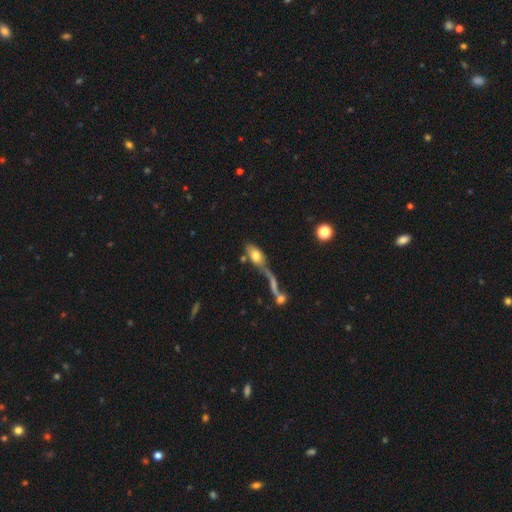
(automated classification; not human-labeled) The model was most divided on "merging": merger: 44%, none: 29%, major disturbance: 14%, minor disturbance: 13%. More confident: how rounded — in between (83%); smooth or featured — smooth (68%).